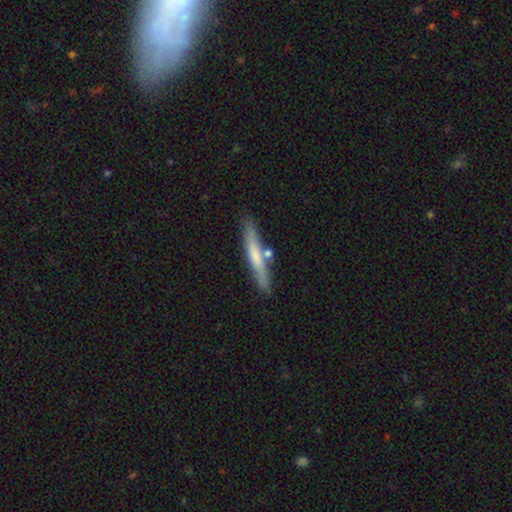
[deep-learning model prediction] Overall: smooth (56%; featured or disk 38%). How rounded: cigar-shaped (93%). Merging: none (78%).